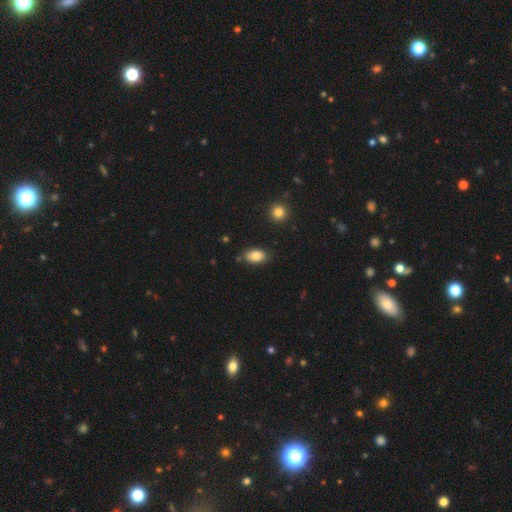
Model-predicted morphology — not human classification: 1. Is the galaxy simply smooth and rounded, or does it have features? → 84% smooth, 8% featured or disk, 8% star or artifact.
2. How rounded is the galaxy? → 92% in between, 6% round, 2% cigar-shaped.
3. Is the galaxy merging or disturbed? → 82% none, 13% minor disturbance, 3% merger, 2% major disturbance.